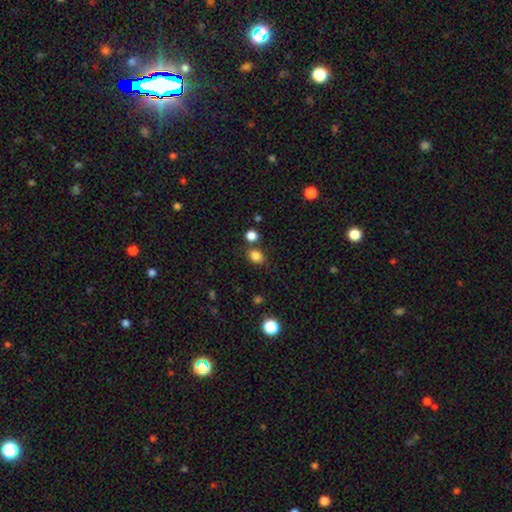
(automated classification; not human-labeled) Smooth or featured: smooth — 84% (star or artifact — 11%)
How rounded: in between — 64% (round — 35%)
Merging: none — 72% (minor disturbance — 12%)